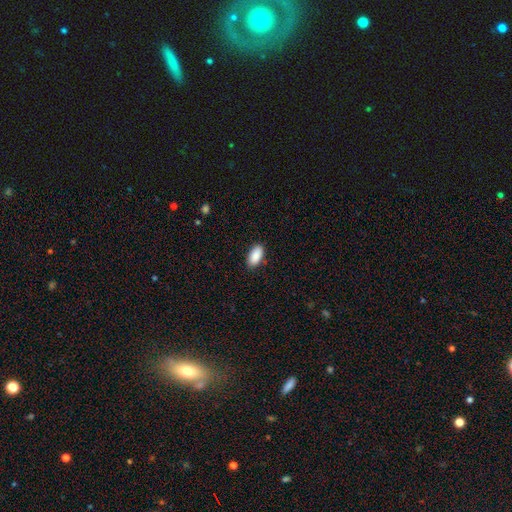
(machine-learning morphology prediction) Smooth or featured? smooth (90%)
How rounded? in between (93%)
Merging? none (88%)